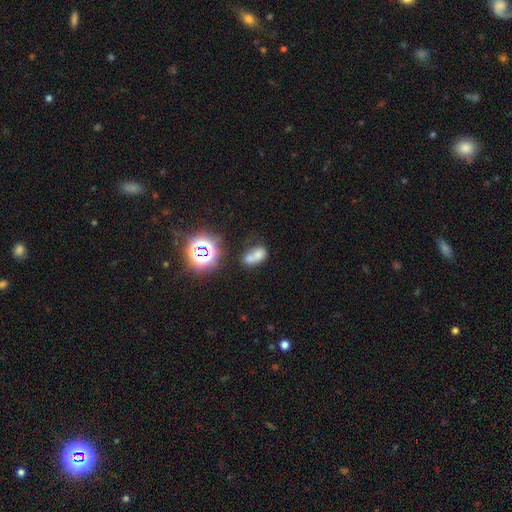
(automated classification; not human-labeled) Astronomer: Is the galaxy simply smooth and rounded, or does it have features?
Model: smooth — 59%.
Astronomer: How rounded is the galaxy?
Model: in between — 71%.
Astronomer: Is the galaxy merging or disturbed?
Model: merger — 57%.